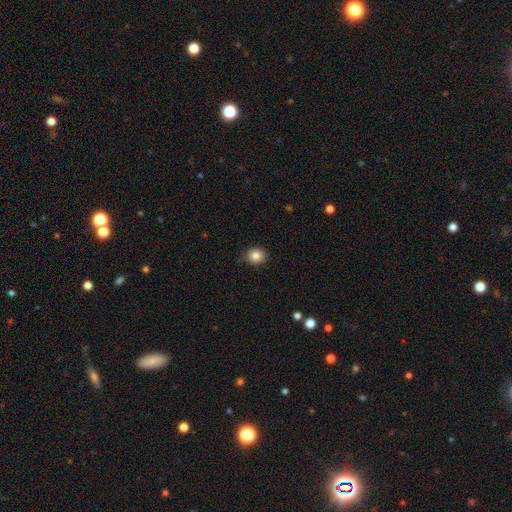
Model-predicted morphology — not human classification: Smooth or featured: smooth — 84% (star or artifact — 11%)
How rounded: round — 80% (in between — 19%)
Merging: none — 79% (minor disturbance — 17%)